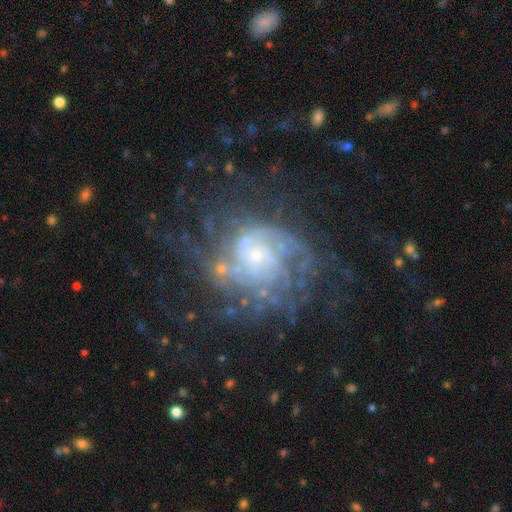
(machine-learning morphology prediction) This is clearly a featured or disk galaxy (84%). It is clearly not viewed edge-on (98%). Bar: likely no (72%). Spiral arm pattern: clearly yes (92%). Spiral arm count: marginally can't tell (39%). Spiral winding: possibly tight (52%). Central bulge: likely small (66%). Merging: likely none (61%).